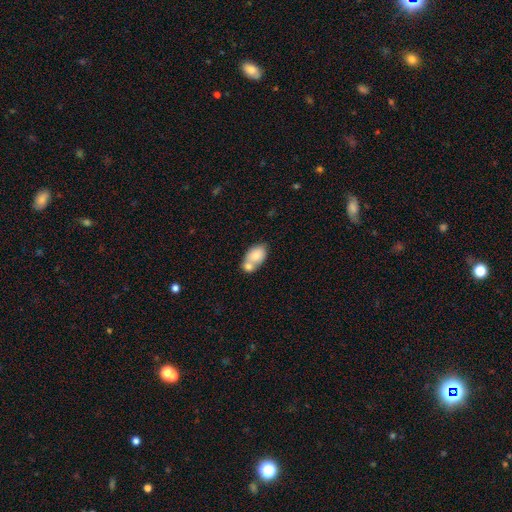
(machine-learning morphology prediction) This is likely a smooth galaxy (77%). How rounded: clearly in between (84%). Merging: possibly merger (56%).